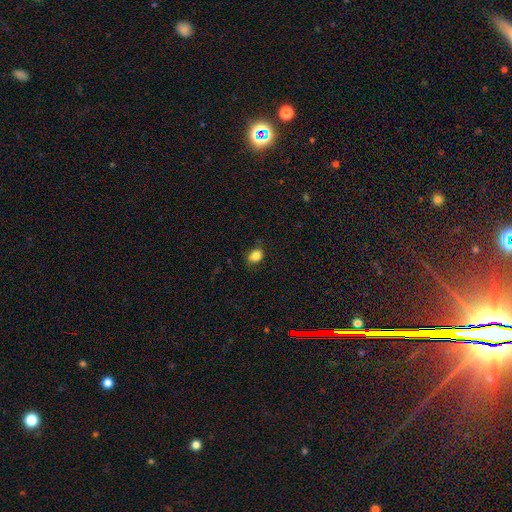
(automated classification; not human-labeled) smooth_or_featured: smooth (p=0.84) [alt: star or artifact p=0.10]
how_rounded: in between (p=0.56) [alt: round p=0.43]
merging: none (p=0.76) [alt: minor disturbance p=0.19]